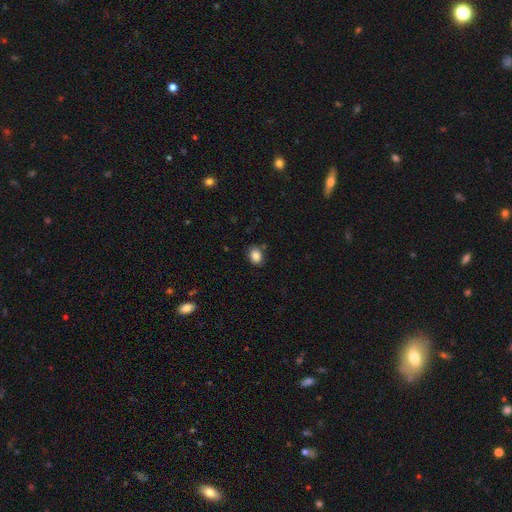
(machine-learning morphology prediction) type=smooth (86%); roundness=in between (58%); merging=none (81%).